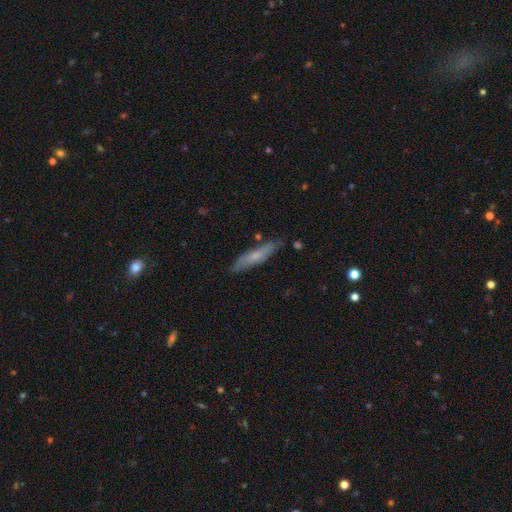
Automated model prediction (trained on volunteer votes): Q: Smooth or featured?
A: smooth (60%); runner-up: featured or disk (34%)
Q: How rounded?
A: cigar-shaped (85%); runner-up: in between (14%)
Q: Merging?
A: none (81%); runner-up: minor disturbance (14%)